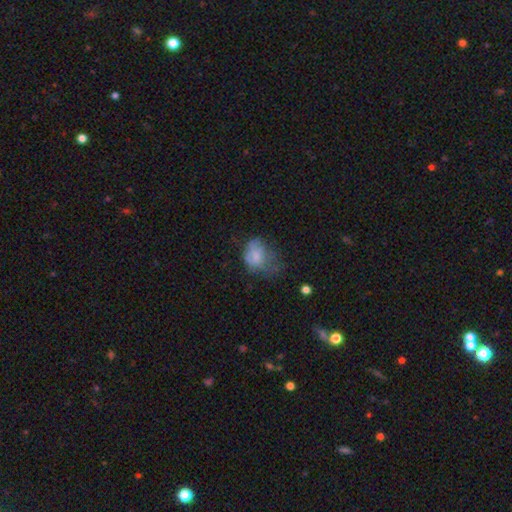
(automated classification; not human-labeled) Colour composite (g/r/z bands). It shows a smooth galaxy with no disk features (61%) that is in between round and cigar-shaped (61%). Merging: major disturbance (41%).